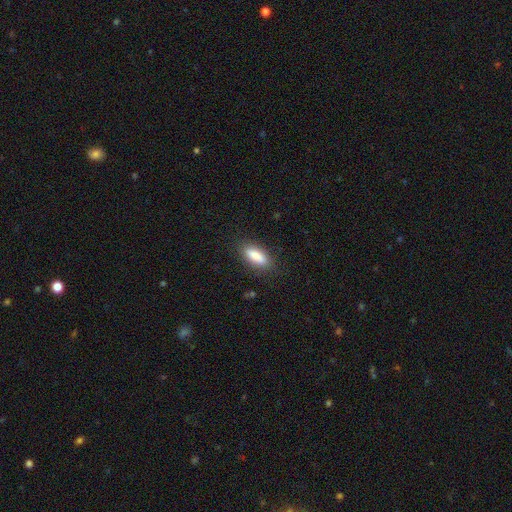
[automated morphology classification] Smooth or featured? smooth (84%)
How rounded? in between (70%)
Merging? none (84%)